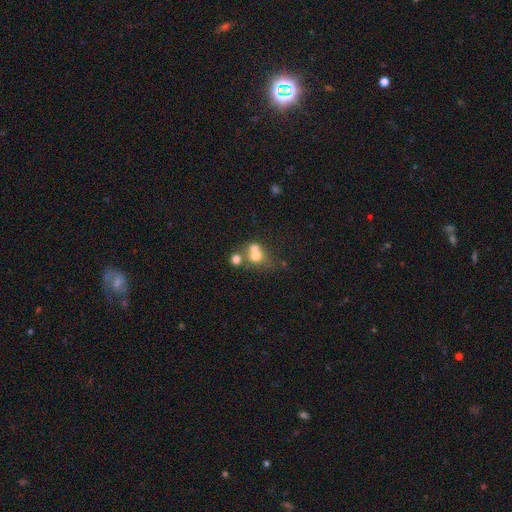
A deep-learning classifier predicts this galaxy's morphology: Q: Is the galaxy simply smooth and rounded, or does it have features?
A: smooth — 66%.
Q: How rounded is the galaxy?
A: round — 73%.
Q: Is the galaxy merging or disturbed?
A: merger — 59%.